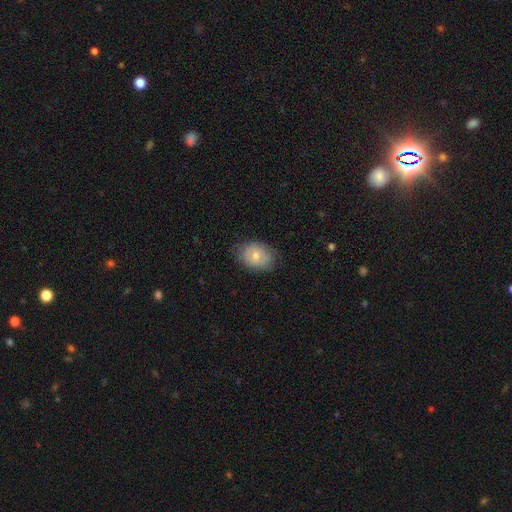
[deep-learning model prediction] Smooth or featured? smooth (74%)
How rounded? in between (74%)
Merging? none (78%)